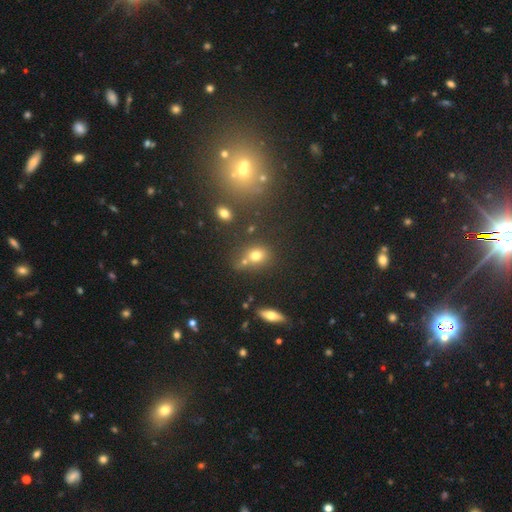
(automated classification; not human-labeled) Smooth or featured? smooth (72%)
How rounded? round (59%)
Merging? none (56%)